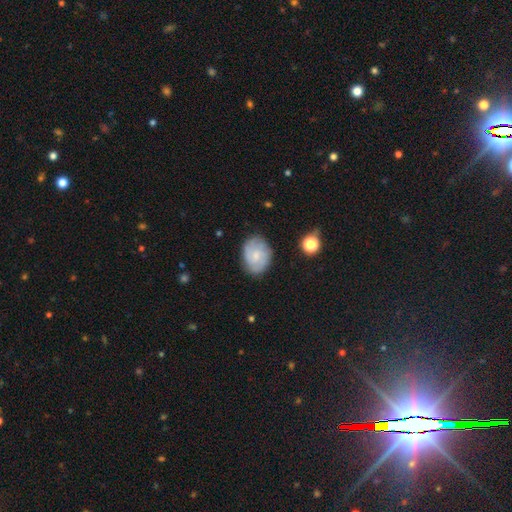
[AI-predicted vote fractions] Q: Smooth or featured?
A: featured or disk (52%); runner-up: smooth (41%)
Q: Edge-on disk?
A: no (97%); runner-up: yes (3%)
Q: Bar?
A: no (59%); runner-up: weak (36%)
Q: Spiral arms?
A: yes (84%); runner-up: no (16%)
Q: Bulge size?
A: small (51%); runner-up: moderate (28%)
Q: Merging?
A: none (76%); runner-up: minor disturbance (18%)